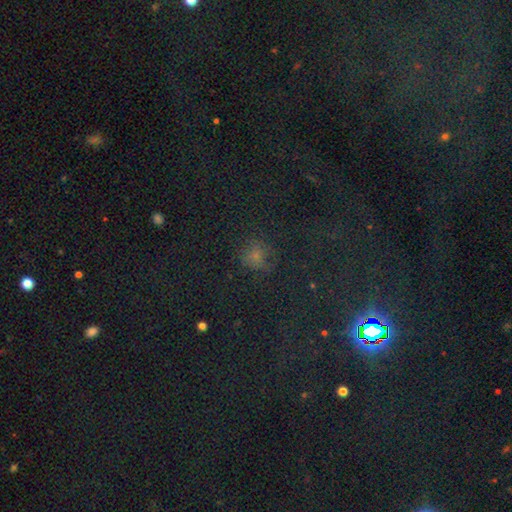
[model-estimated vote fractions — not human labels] Smooth or featured? Predicted: smooth (p=0.52). How rounded? Predicted: round (p=0.80). Merging? Predicted: none (p=0.69).